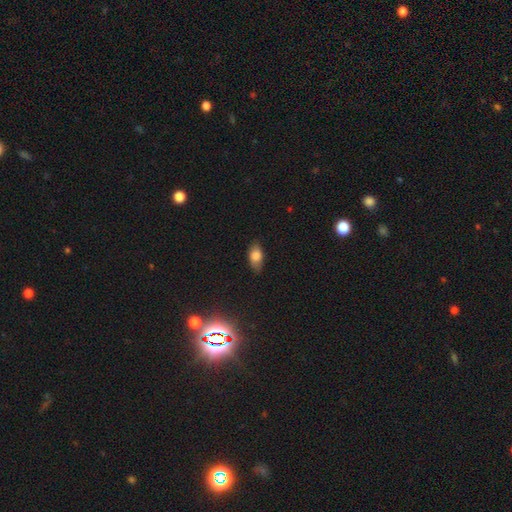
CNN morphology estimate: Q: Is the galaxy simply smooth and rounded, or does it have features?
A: smooth — 78%.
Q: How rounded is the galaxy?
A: in between — 88%.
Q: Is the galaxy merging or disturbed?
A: none — 76%.